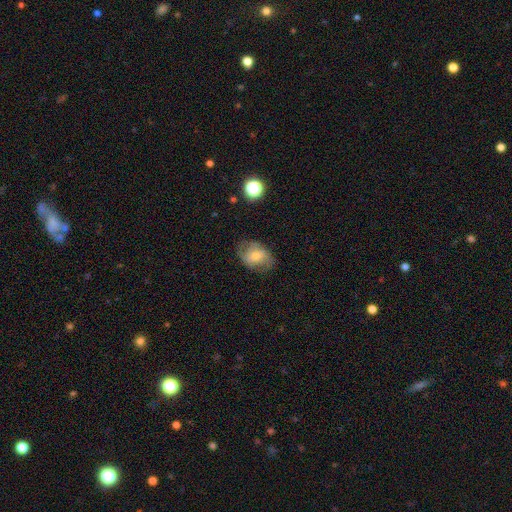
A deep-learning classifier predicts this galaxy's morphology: Smooth or featured?
  - featured or disk: 46% *
  - smooth: 45%
  - star or artifact: 9%
Merging?
  - none: 65% *
  - minor disturbance: 23%
  - major disturbance: 11%
  - merger: 1%